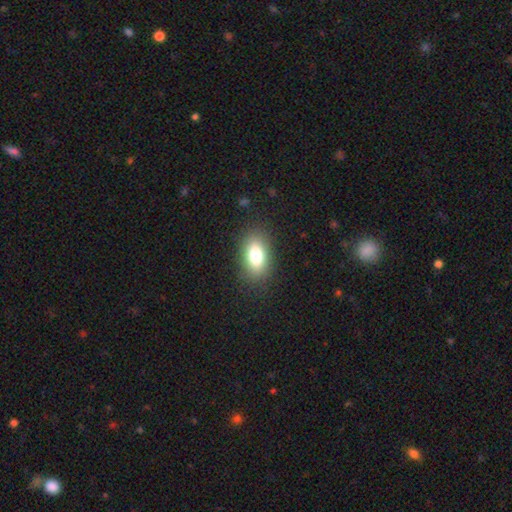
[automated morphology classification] A smooth galaxy with no disk features (79%) that is in between round and cigar-shaped (87%).

Vote fractions:
- Smooth or featured? smooth: 79% / featured or disk: 12% / star or artifact: 10%
- How rounded? in between: 87% / round: 9% / cigar-shaped: 4%
- Merging? none: 86% / minor disturbance: 9% / major disturbance: 4% / merger: 1%